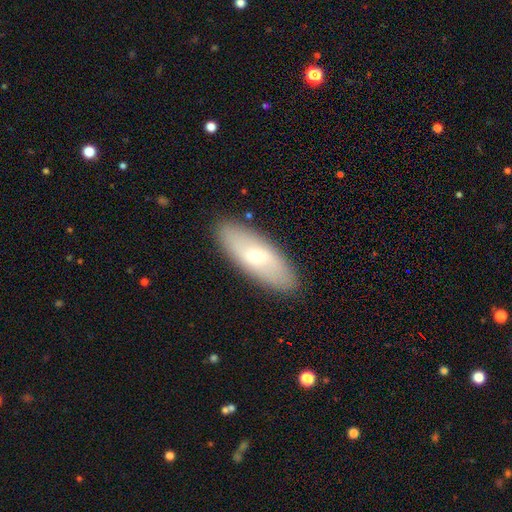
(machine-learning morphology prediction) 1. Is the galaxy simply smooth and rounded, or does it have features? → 56% smooth, 38% featured or disk, 7% star or artifact.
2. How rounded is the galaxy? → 69% in between, 27% cigar-shaped, 3% round.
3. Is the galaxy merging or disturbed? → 89% none, 8% minor disturbance, 2% major disturbance, 1% merger.